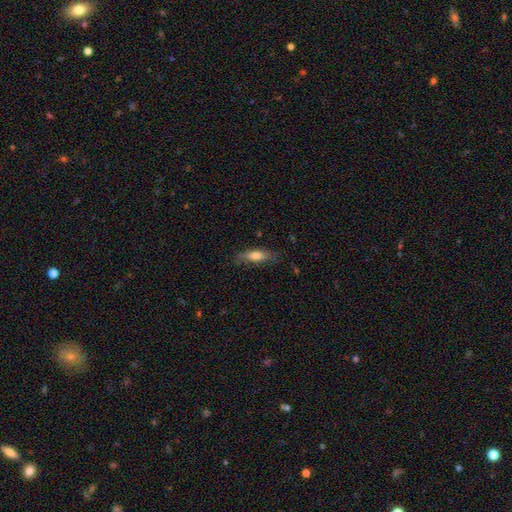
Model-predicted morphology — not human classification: A smooth galaxy with no disk features (69%) that is cigar-shaped (49%).

Vote fractions:
- Smooth or featured? smooth: 69% / featured or disk: 24% / star or artifact: 6%
- How rounded? cigar-shaped: 49% / in between: 48% / round: 2%
- Merging? none: 68% / minor disturbance: 24% / major disturbance: 6% / merger: 2%